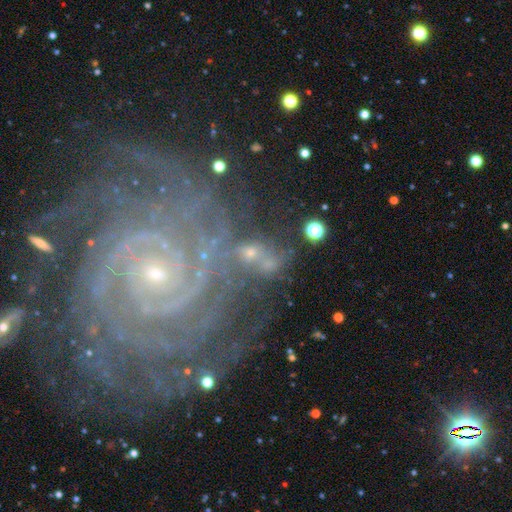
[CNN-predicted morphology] The model was most divided on "spiral arm count": can't tell: 28%, 2: 20%, 3: 18%, 4: 13%, more than 4: 12%, 1: 9%. More confident: edge-on disk — no (96%); spiral arms — yes (92%); smooth or featured — featured or disk (76%); spiral winding — tight (74%); bulge size — small (67%); bar — no (65%); merging — none (53%).